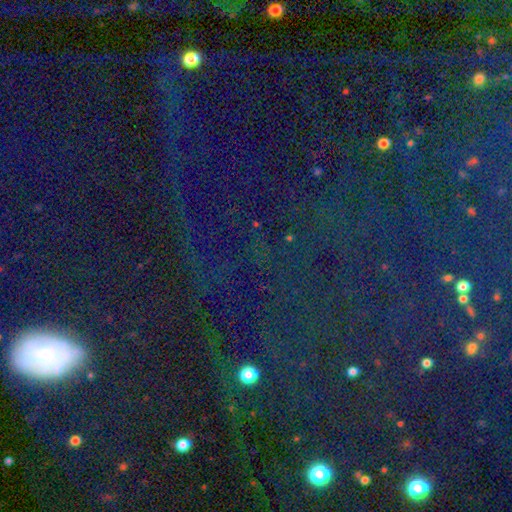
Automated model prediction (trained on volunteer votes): star or artifact 80%, smooth 12%, featured or disk 8%.